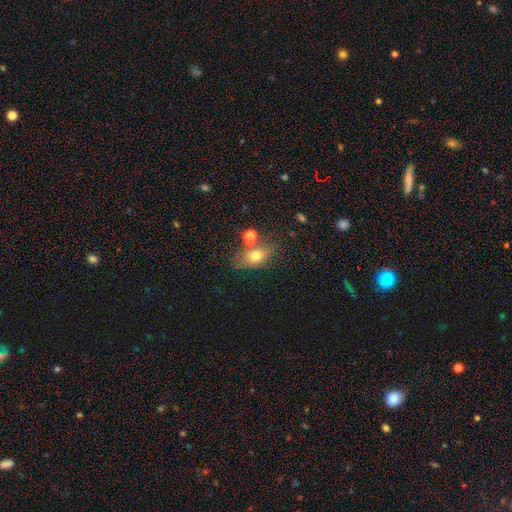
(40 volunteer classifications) Smooth or featured? smooth (80%)
How rounded? in between (81%)
Merging? none (69%)